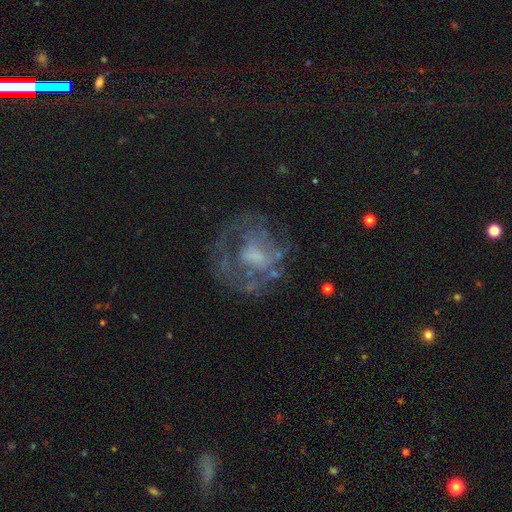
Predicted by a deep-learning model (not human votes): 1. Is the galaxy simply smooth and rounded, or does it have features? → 66% featured or disk, 22% smooth, 12% star or artifact.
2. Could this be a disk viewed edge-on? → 97% no, 3% yes.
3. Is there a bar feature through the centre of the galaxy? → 65% no, 28% weak, 7% strong.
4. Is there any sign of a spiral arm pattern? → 58% no, 42% yes.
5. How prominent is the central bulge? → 34% moderate, 29% none, 26% small, 9% large, 2% dominant.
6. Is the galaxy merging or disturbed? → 52% none, 28% major disturbance, 17% minor disturbance, 3% merger.